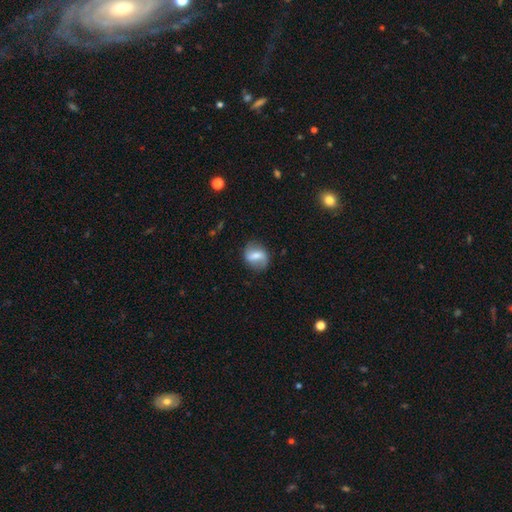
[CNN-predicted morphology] A featured or disk galaxy (52%). Merging: none (76%).